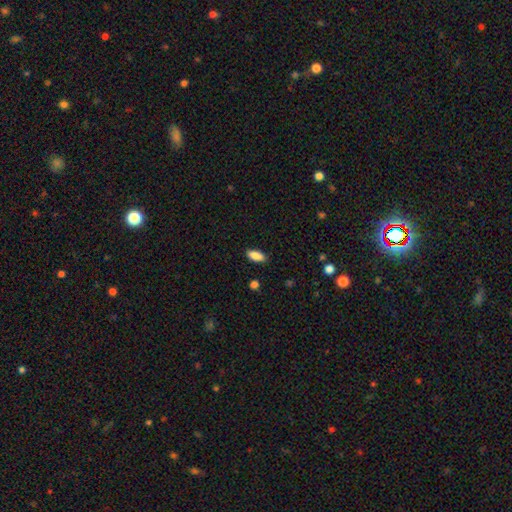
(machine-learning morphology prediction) Overall: smooth (89%). How rounded: in between (83%). Merging: none (88%).